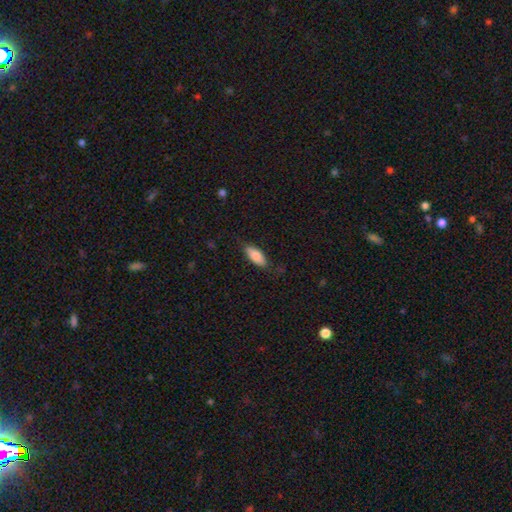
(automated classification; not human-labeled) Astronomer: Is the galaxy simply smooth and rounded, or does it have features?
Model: smooth — 81%.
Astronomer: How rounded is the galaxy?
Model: in between — 81%.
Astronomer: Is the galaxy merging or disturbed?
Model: none — 78%.